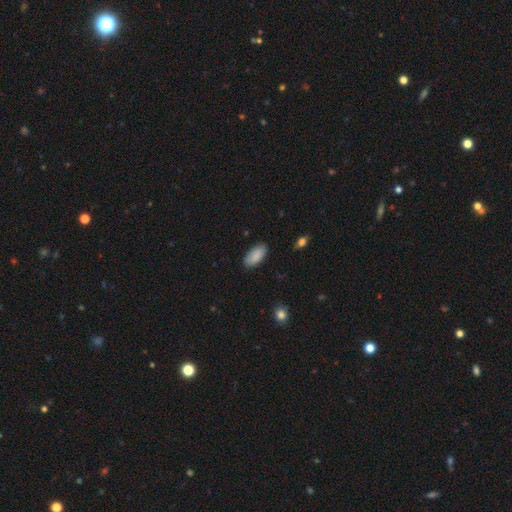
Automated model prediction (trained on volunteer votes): Smooth or featured? Predicted: smooth (p=0.89). How rounded? Predicted: in between (p=0.94). Merging? Predicted: none (p=0.85).